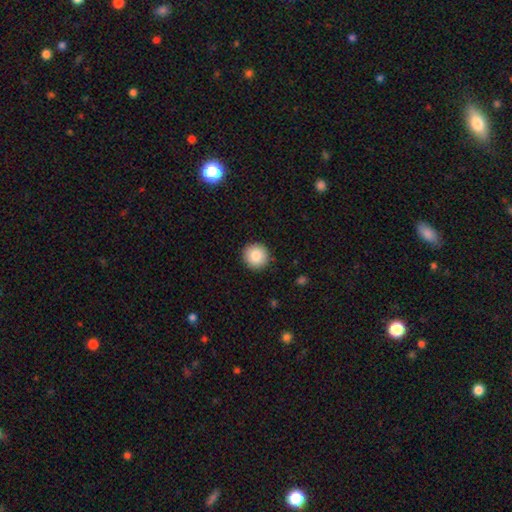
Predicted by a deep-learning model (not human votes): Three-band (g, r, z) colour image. It shows a smooth galaxy with no disk features (85%) that is round (94%). Merging: none (92%).